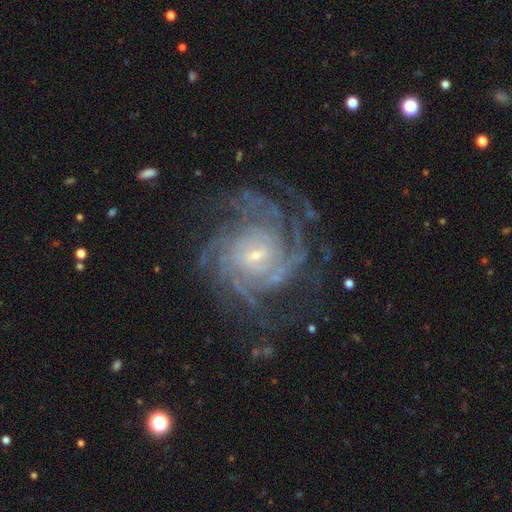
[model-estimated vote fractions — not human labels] Smooth or featured? Predicted: featured or disk (p=0.90). Edge-on disk? Predicted: no (p=0.98). Bar? Predicted: weak (p=0.45). Spiral arms? Predicted: yes (p=0.98). Spiral winding? Predicted: tight (p=0.67). Spiral arm count? Predicted: 4 (p=0.27). Bulge size? Predicted: small (p=0.75). Merging? Predicted: none (p=0.71).